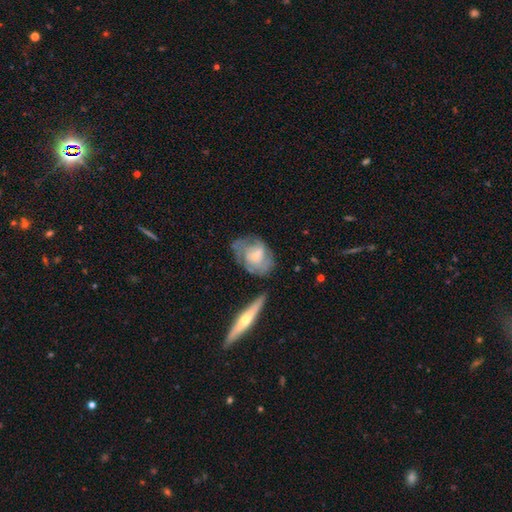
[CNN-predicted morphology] Smooth or featured: featured or disk — 63% (smooth — 30%)
Edge-on disk: no — 95% (yes — 5%)
Bar: no — 57% (weak — 36%)
Spiral arms: yes — 72% (no — 28%)
Bulge size: small — 50% (moderate — 27%)
Merging: none — 46% (minor disturbance — 25%)